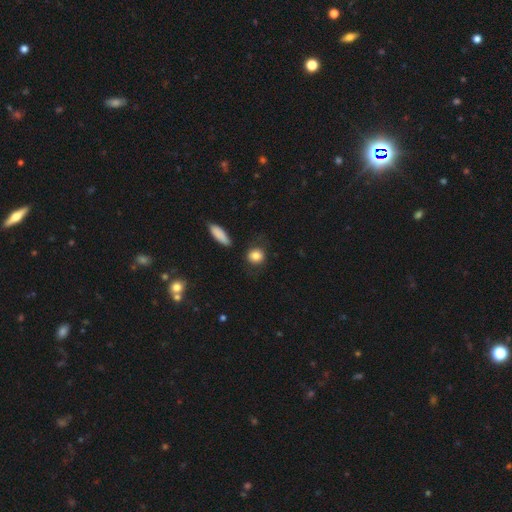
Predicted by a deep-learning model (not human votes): This appears to be a smooth galaxy with no disk features (84%) that is round (77%). Merging: none (78%).